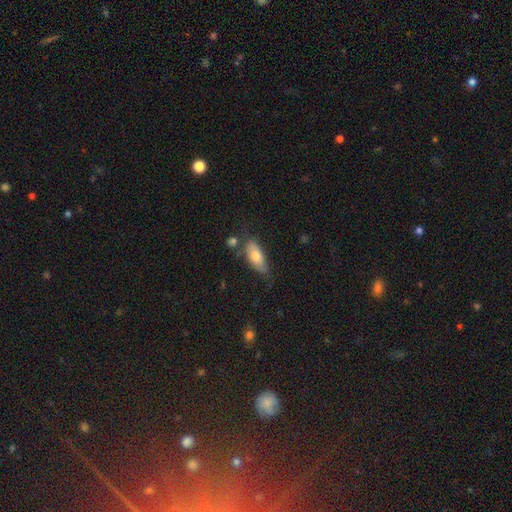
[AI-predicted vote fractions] Smooth or featured? Predicted: smooth (p=0.73). How rounded? Predicted: in between (p=0.78). Merging? Predicted: none (p=0.56).